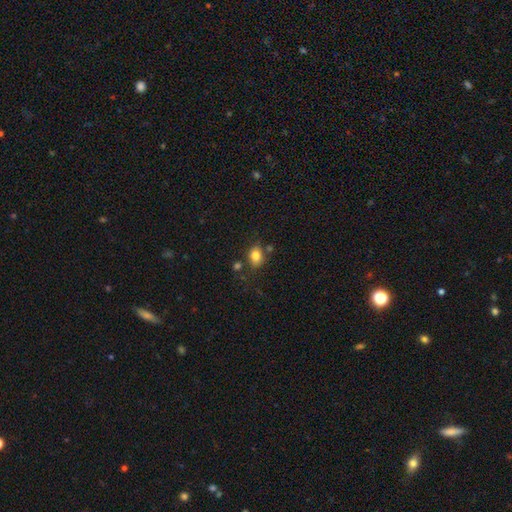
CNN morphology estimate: smooth-or-featured: smooth: 81% | star or artifact: 10% | featured or disk: 9%
  how-rounded: in between: 59% | round: 40% | cigar-shaped: 1%
  merging: none: 73% | minor disturbance: 15% | merger: 9% | major disturbance: 4%